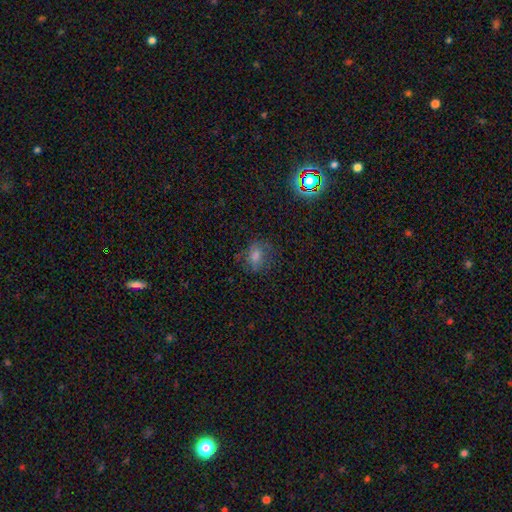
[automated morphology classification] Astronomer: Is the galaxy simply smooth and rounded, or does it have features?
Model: smooth — 53% (runner-up: star or artifact, 28%).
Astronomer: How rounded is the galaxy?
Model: round — 49%, tied with in between at 49%.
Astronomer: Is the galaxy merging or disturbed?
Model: none — 69%.